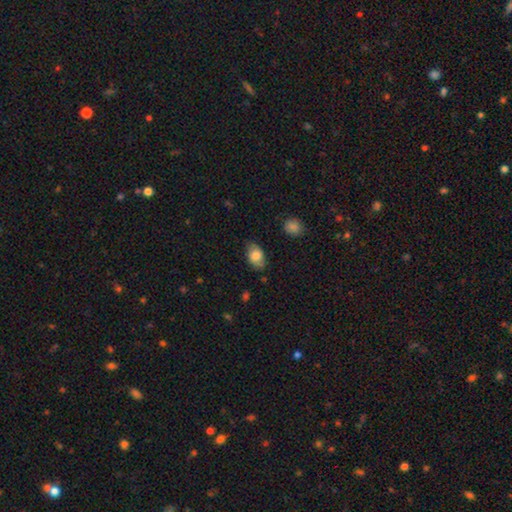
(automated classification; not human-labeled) Morphology: type=smooth (76%); roundness=in between (85%); merging=none (75%).